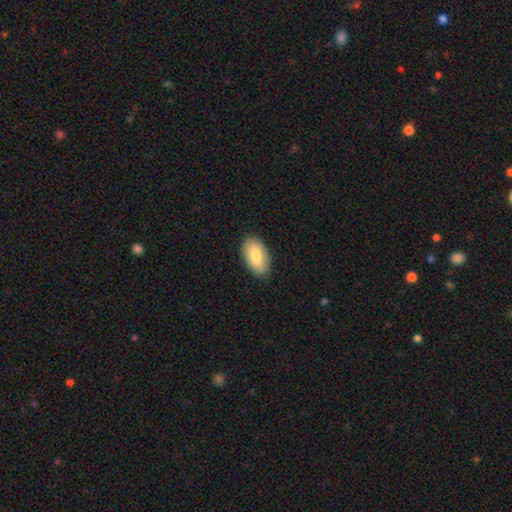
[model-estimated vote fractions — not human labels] Q: Smooth or featured?
A: smooth (82%); runner-up: featured or disk (13%)
Q: How rounded?
A: in between (95%); runner-up: round (3%)
Q: Merging?
A: none (87%); runner-up: minor disturbance (10%)